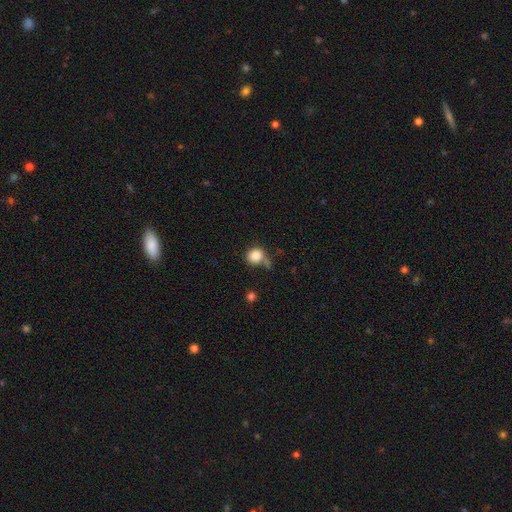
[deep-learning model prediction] This is clearly a smooth galaxy (86%). How rounded: clearly round (85%). Merging: possibly none (59%).